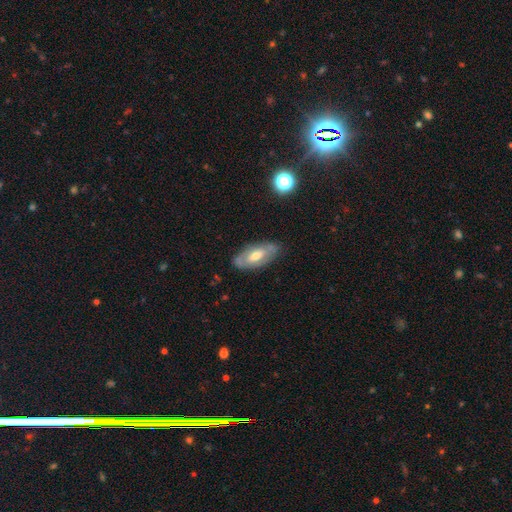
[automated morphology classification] Q: Smooth or featured?
A: featured or disk (55%); runner-up: smooth (38%)
Q: Edge-on disk?
A: no (85%); runner-up: yes (15%)
Q: Merging?
A: none (78%); runner-up: minor disturbance (17%)